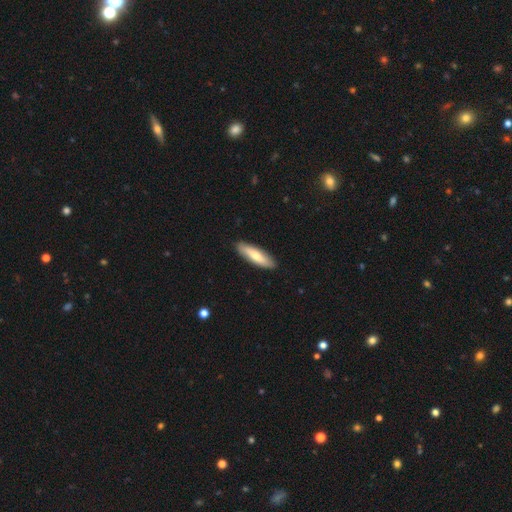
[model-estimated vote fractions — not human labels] Smooth or featured? Predicted: smooth (p=0.68). How rounded? Predicted: cigar-shaped (p=0.62). Merging? Predicted: none (p=0.89).